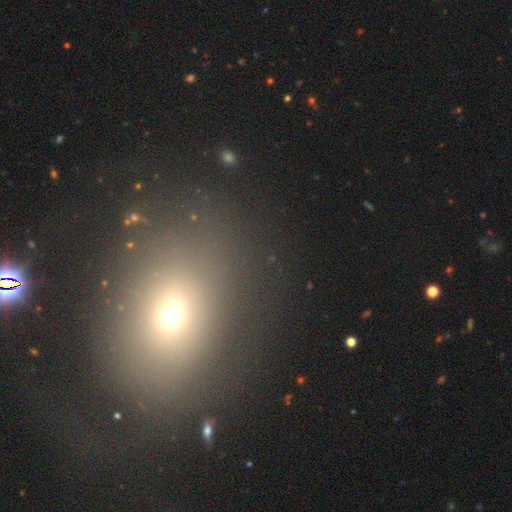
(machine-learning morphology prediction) Smooth or featured? smooth (56%)
How rounded? in between (49%, tied with round)
Merging? none (80%)